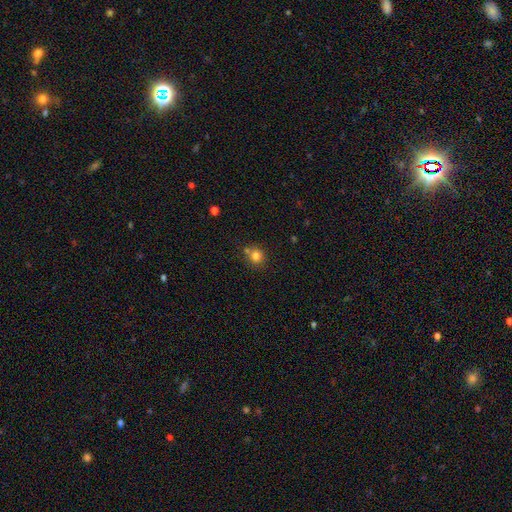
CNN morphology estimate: A smooth galaxy with no disk features (81%) that is round (85%). Merging: none (64%).